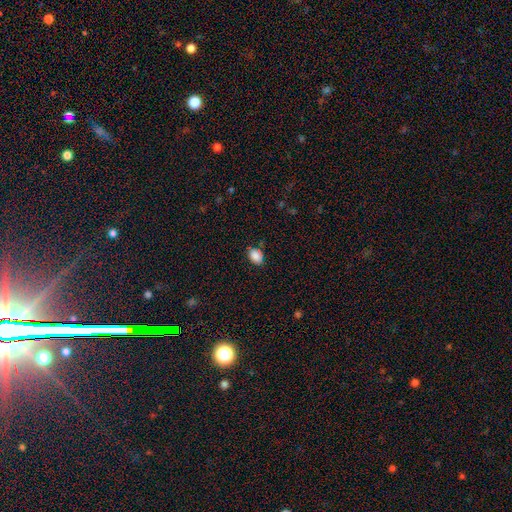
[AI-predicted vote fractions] Smooth or featured?
  - smooth: 87% *
  - star or artifact: 9%
  - featured or disk: 4%
How rounded?
  - in between: 75% *
  - round: 24%
  - cigar-shaped: 1%
Merging?
  - none: 78% *
  - minor disturbance: 16%
  - major disturbance: 3%
  - merger: 2%